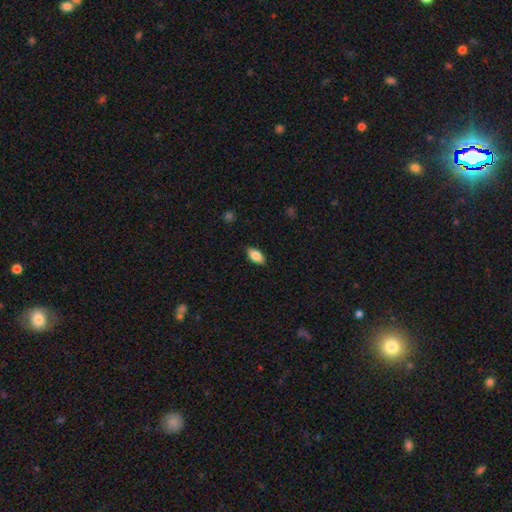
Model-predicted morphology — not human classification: Smooth or featured: smooth — 84% (featured or disk — 9%)
How rounded: in between — 92% (cigar-shaped — 5%)
Merging: none — 87% (minor disturbance — 10%)